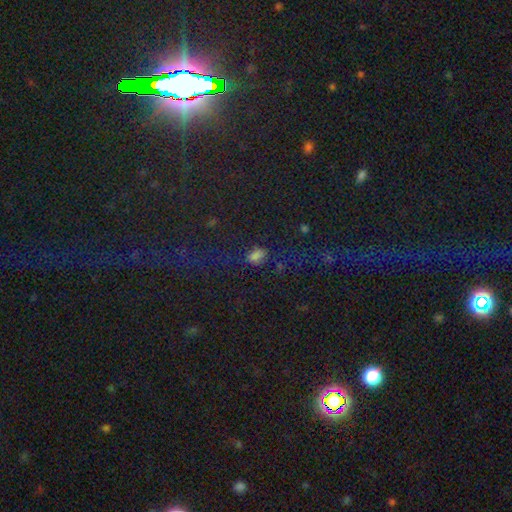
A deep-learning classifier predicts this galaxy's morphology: smooth_or_featured: smooth (p=0.63) [alt: star or artifact p=0.29]
how_rounded: in between (p=0.80) [alt: round p=0.17]
merging: none (p=0.66) [alt: minor disturbance p=0.19]